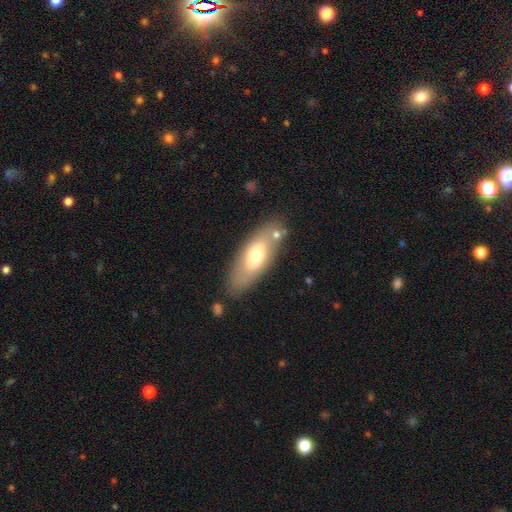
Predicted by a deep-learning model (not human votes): Smooth or featured?
  - smooth: 63% *
  - featured or disk: 31%
  - star or artifact: 7%
How rounded?
  - in between: 73% *
  - cigar-shaped: 24%
  - round: 3%
Merging?
  - none: 76% *
  - minor disturbance: 13%
  - merger: 7%
  - major disturbance: 4%